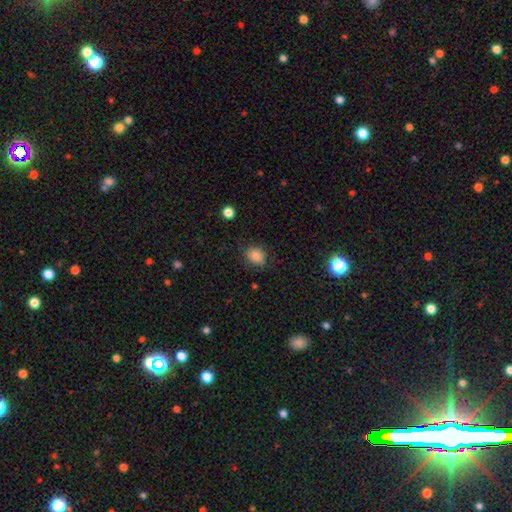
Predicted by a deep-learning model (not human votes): Smooth or featured? Predicted: smooth (p=0.85). How rounded? Predicted: in between (p=0.54). Merging? Predicted: none (p=0.80).